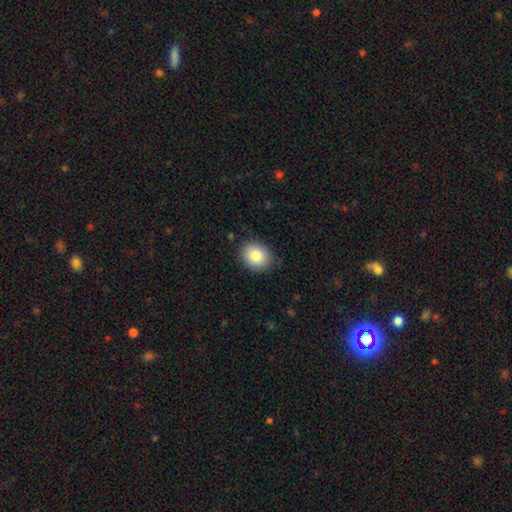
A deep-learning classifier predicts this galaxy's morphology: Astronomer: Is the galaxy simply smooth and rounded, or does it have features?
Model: smooth — 85%.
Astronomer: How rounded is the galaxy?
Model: in between — 52% (runner-up: round, 47%).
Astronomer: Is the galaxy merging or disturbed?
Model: none — 84%.